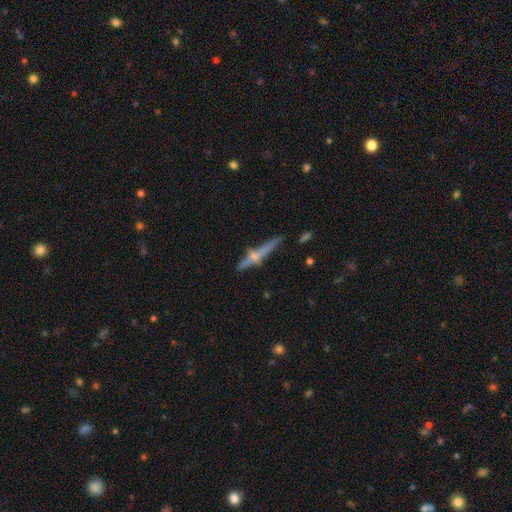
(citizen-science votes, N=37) This appears to be a smooth galaxy with no disk features (57%) that is cigar-shaped (90%). Merging: none (74%).